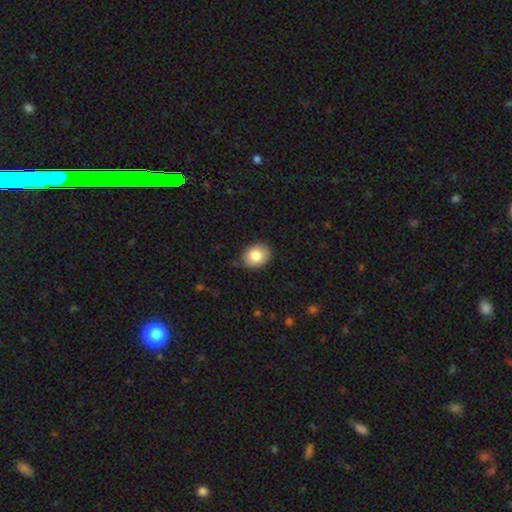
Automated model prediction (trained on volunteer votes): Smooth or featured: smooth — 83% (featured or disk — 9%)
How rounded: in between — 54% (round — 46%)
Merging: none — 84% (minor disturbance — 13%)